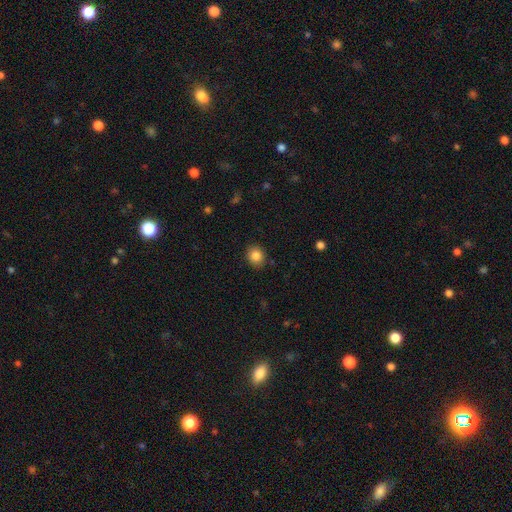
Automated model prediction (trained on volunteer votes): A smooth galaxy with no disk features (85%) that is round (72%).

Vote fractions:
- Smooth or featured? smooth: 85% / star or artifact: 10% / featured or disk: 5%
- How rounded? round: 72% / in between: 27% / cigar-shaped: 1%
- Merging? none: 89% / minor disturbance: 8% / major disturbance: 2% / merger: 1%